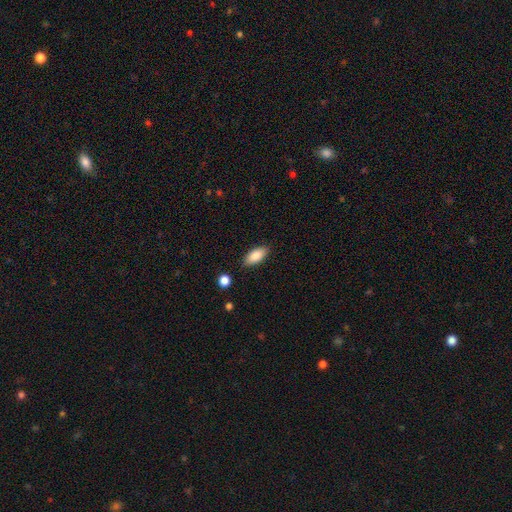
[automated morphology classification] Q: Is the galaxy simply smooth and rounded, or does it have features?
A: smooth — 86%.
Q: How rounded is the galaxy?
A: in between — 86%.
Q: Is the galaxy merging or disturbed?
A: none — 86%.